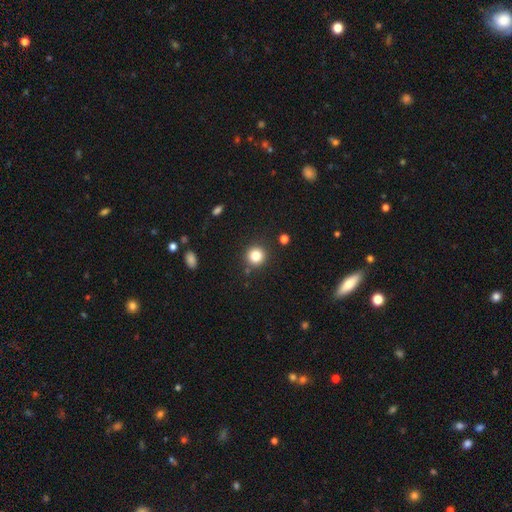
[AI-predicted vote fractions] smooth_or_featured: smooth (p=0.82) [alt: star or artifact p=0.12]
how_rounded: round (p=0.92) [alt: in between p=0.07]
merging: none (p=0.87) [alt: minor disturbance p=0.07]